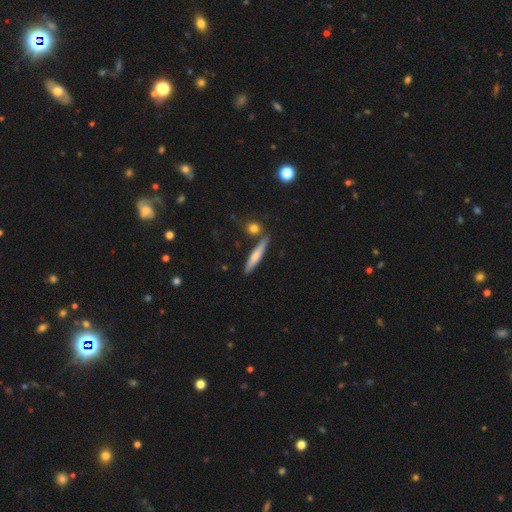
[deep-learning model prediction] smooth_or_featured: smooth (p=0.66) [alt: featured or disk p=0.28]
how_rounded: cigar-shaped (p=0.91) [alt: in between p=0.07]
merging: none (p=0.79) [alt: minor disturbance p=0.11]